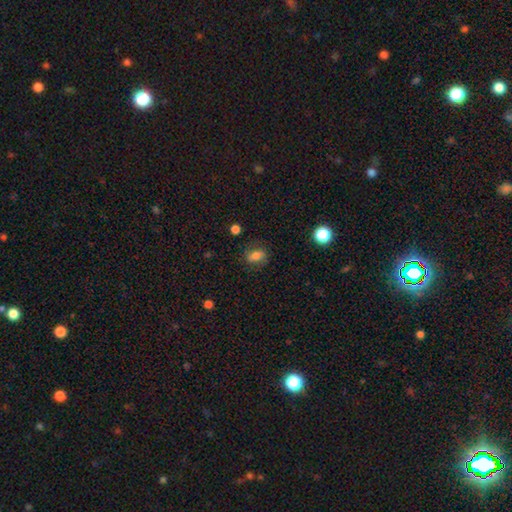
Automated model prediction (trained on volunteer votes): Smooth or featured?
  - smooth: 73% *
  - featured or disk: 17%
  - star or artifact: 11%
How rounded?
  - in between: 74% *
  - round: 22%
  - cigar-shaped: 4%
Merging?
  - none: 77% *
  - minor disturbance: 15%
  - major disturbance: 6%
  - merger: 2%